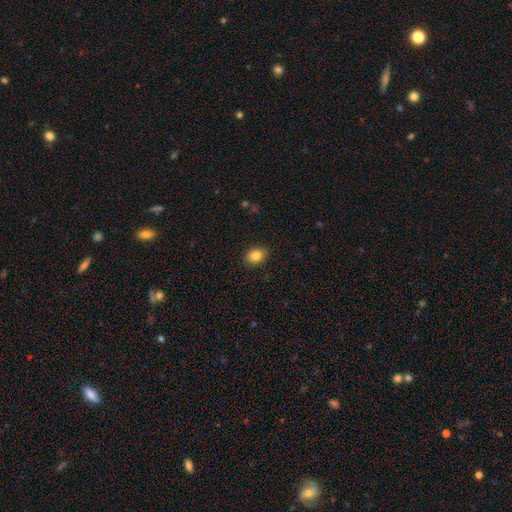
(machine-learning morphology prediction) The model was most divided on "how rounded": in between: 67%, round: 32%, cigar-shaped: 1%. More confident: merging — none (88%); smooth or featured — smooth (84%).